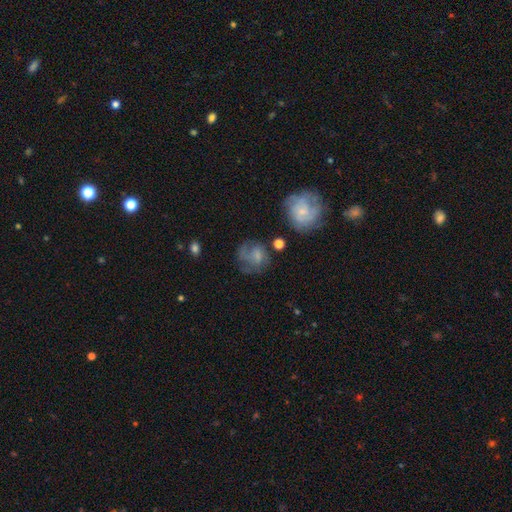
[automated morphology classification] smooth 46%, featured or disk 42%, star or artifact 11%. Down the decision tree: merging — none (45%).